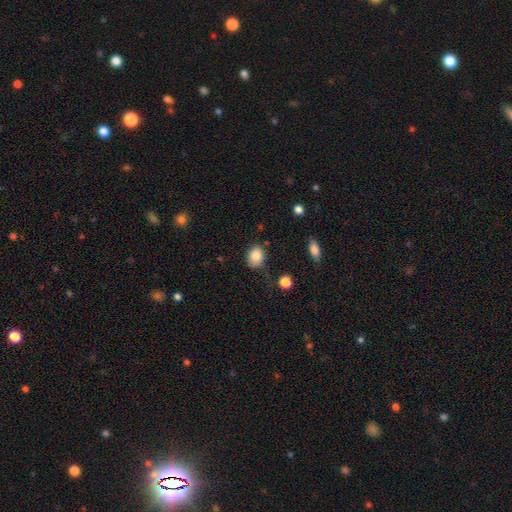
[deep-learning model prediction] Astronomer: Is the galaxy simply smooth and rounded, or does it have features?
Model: smooth — 84%.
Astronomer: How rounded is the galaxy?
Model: round — 51% (runner-up: in between, 48%).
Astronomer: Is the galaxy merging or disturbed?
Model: none — 66%.